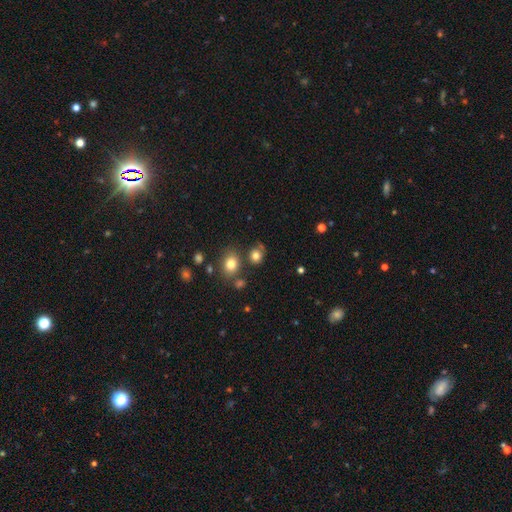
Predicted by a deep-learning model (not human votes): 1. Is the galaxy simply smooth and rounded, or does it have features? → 79% smooth, 13% star or artifact, 8% featured or disk.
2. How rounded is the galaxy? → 69% round, 30% in between, 1% cigar-shaped.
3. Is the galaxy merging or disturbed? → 70% none, 15% minor disturbance, 10% merger, 5% major disturbance.